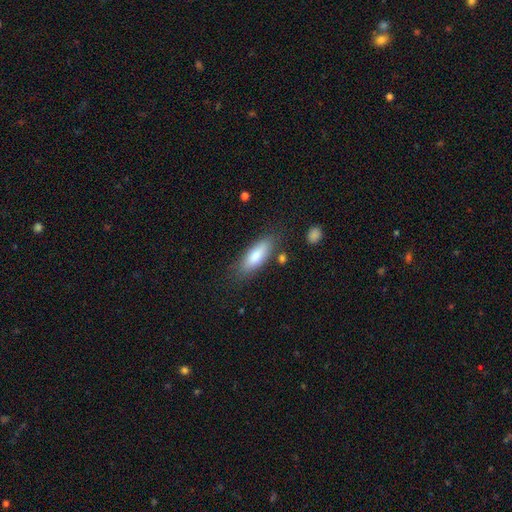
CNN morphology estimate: type=smooth (78%); roundness=in between (62%); merging=none (79%).